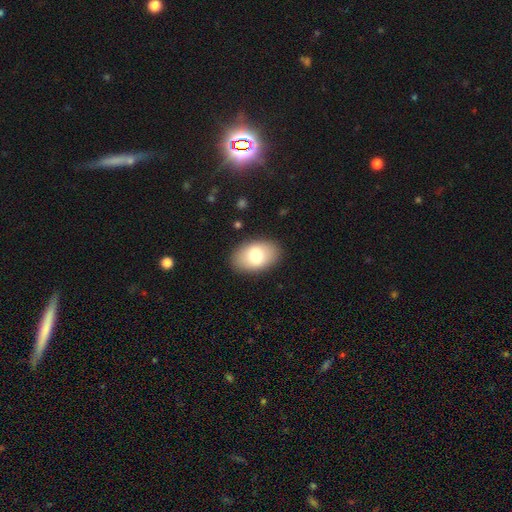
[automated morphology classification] smooth-or-featured: smooth: 75% | featured or disk: 18% | star or artifact: 7%
  how-rounded: in between: 89% | round: 10% | cigar-shaped: 1%
  merging: none: 88% | minor disturbance: 9% | major disturbance: 3% | merger: 1%